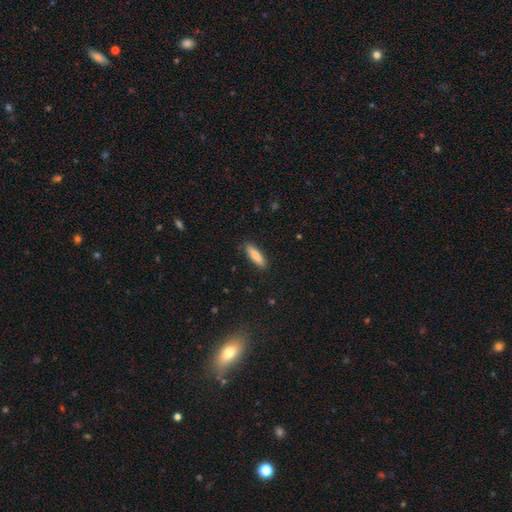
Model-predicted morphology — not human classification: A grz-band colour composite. It shows a smooth galaxy with no disk features (81%) that is cigar-shaped (59%). Merging: none (88%).